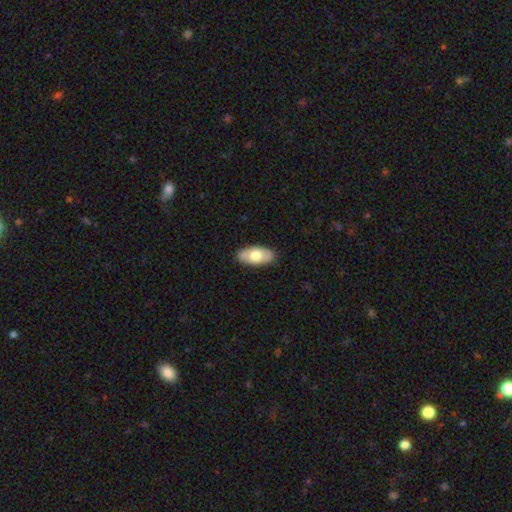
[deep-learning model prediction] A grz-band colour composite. It shows a smooth galaxy with no disk features (64%) that is in between round and cigar-shaped (92%). Merging: none (86%).